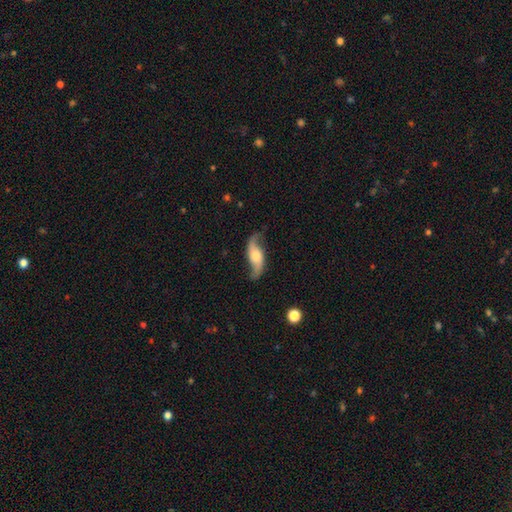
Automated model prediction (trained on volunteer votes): This appears to be a featured or disk galaxy (80%) with no bar (59%), 2 (93%) loose (85%) spiral arms (95%) and a moderate central bulge (47%). Merging: none (75%).